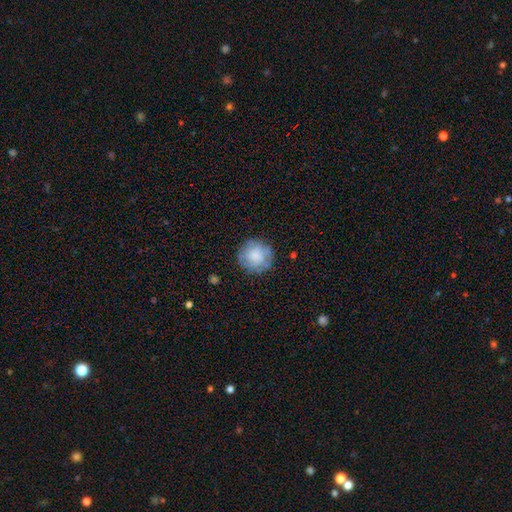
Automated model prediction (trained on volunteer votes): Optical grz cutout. It shows a smooth galaxy with no disk features (67%) that is round (91%). Merging: none (77%).